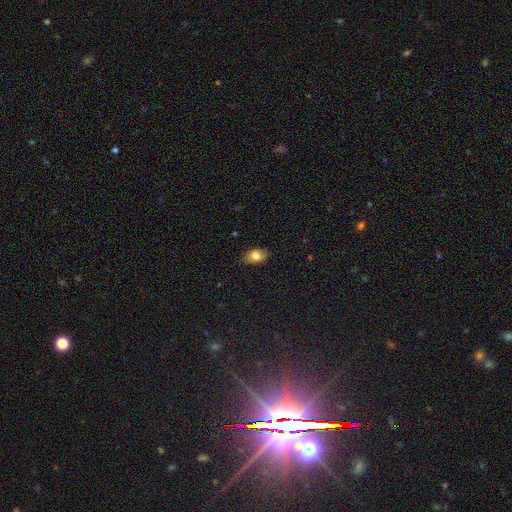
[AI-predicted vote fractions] smooth 81%, featured or disk 11%, star or artifact 8%. Down the decision tree: how rounded — in between (89%); merging — none (83%).